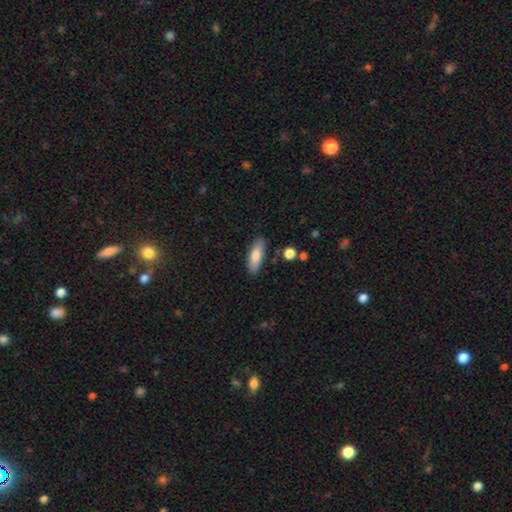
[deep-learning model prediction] Overall: smooth (81%). How rounded: in between (66%; cigar-shaped 31%). Merging: none (84%).